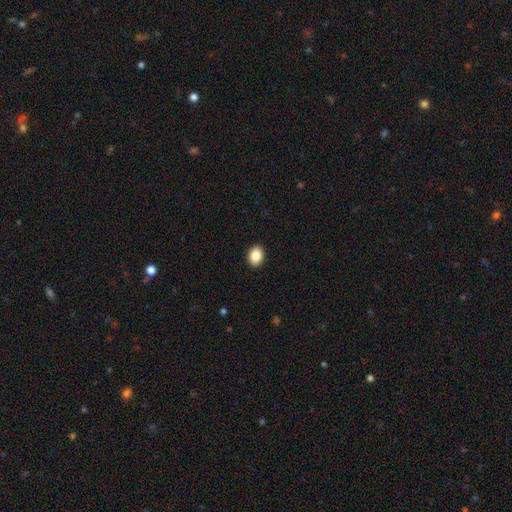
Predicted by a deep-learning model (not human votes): Q: Smooth or featured?
A: smooth (87%); runner-up: star or artifact (8%)
Q: How rounded?
A: in between (65%); runner-up: round (34%)
Q: Merging?
A: none (92%); runner-up: minor disturbance (6%)